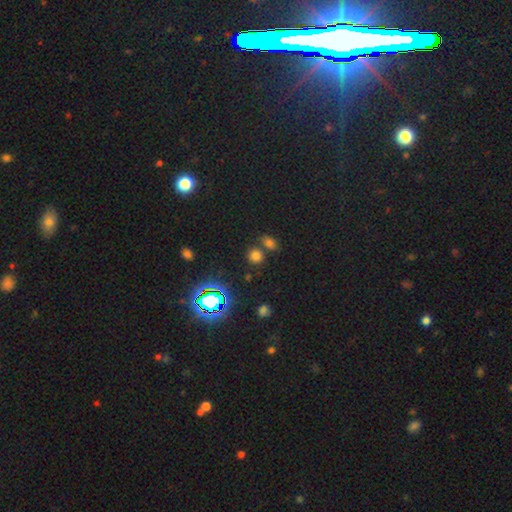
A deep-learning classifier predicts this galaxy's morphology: A smooth galaxy with no disk features (66%) that is round (79%).

Vote fractions:
- Smooth or featured? smooth: 66% / star or artifact: 27% / featured or disk: 6%
- How rounded? round: 79% / in between: 19% / cigar-shaped: 2%
- Merging? none: 70% / merger: 19% / minor disturbance: 8% / major disturbance: 3%